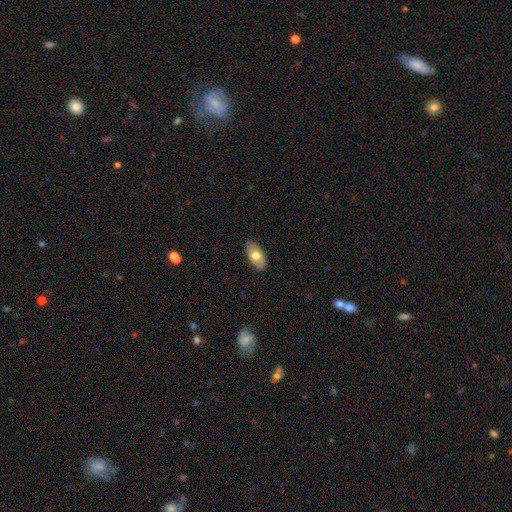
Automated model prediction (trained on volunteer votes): Q: Smooth or featured?
A: smooth (70%); runner-up: featured or disk (24%)
Q: How rounded?
A: in between (93%); runner-up: round (4%)
Q: Merging?
A: none (86%); runner-up: minor disturbance (11%)